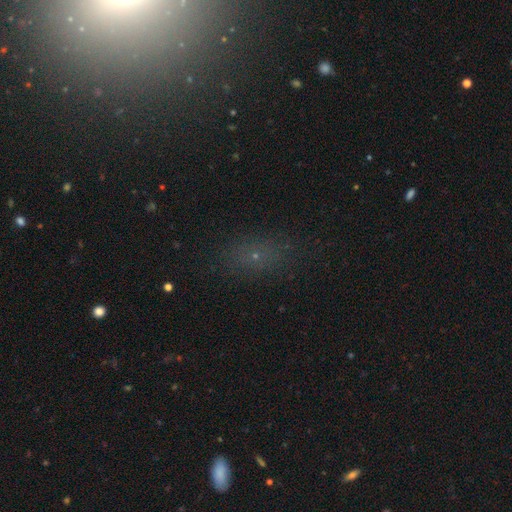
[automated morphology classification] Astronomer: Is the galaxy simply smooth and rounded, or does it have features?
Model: smooth — 49% (runner-up: star or artifact, 34%).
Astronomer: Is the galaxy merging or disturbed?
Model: none — 77%.